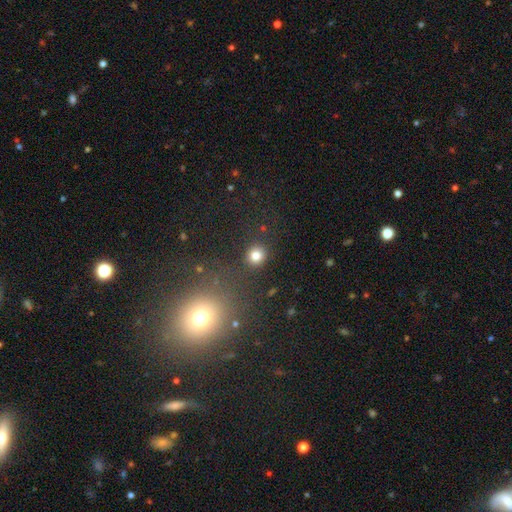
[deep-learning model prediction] The model was most divided on "smooth or featured": smooth: 80%, star or artifact: 13%, featured or disk: 6%. More confident: merging — none (88%); how rounded — round (86%).